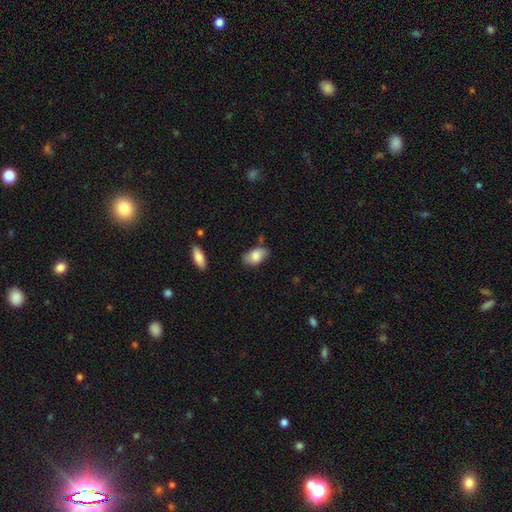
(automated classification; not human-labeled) Morphology: type=smooth (81%); roundness=in between (92%); merging=none (70%).